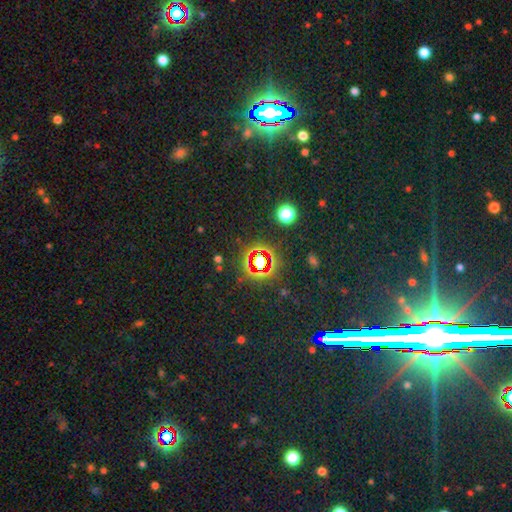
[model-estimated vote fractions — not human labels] A star or artifact, not a galaxy (74%).